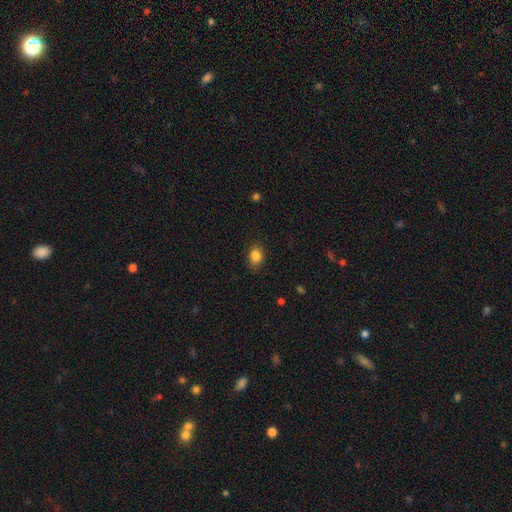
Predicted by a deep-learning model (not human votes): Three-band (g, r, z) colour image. It shows a smooth galaxy with no disk features (85%) that is in between round and cigar-shaped (58%). Merging: none (86%).